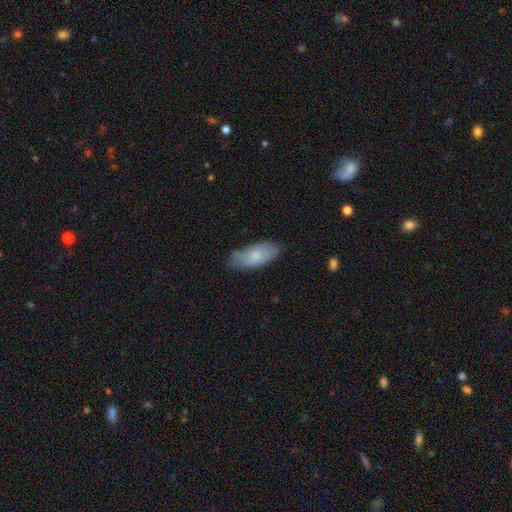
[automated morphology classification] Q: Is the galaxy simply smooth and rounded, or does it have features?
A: smooth — 71%.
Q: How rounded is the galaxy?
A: in between — 87%.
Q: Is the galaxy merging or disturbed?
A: none — 68%.